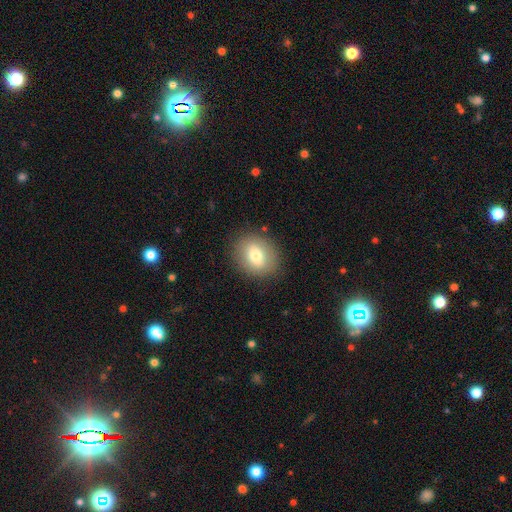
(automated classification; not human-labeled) A smooth galaxy with no disk features (73%) that is round (54%).

Vote fractions:
- Smooth or featured? smooth: 73% / featured or disk: 18% / star or artifact: 9%
- How rounded? round: 54% / in between: 45% / cigar-shaped: 1%
- Merging? none: 86% / minor disturbance: 10% / major disturbance: 3% / merger: 1%